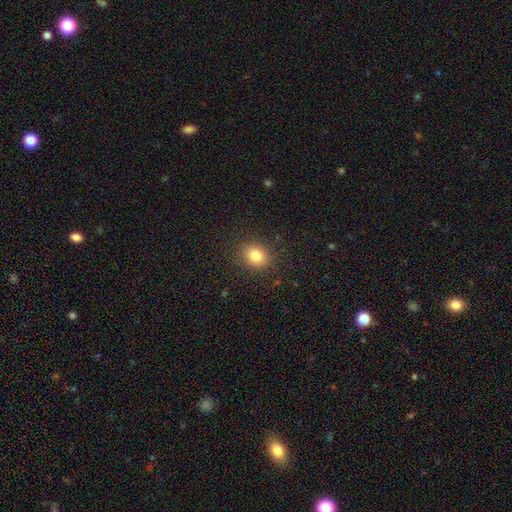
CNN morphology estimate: type=smooth (82%); roundness=round (63%); merging=none (87%).